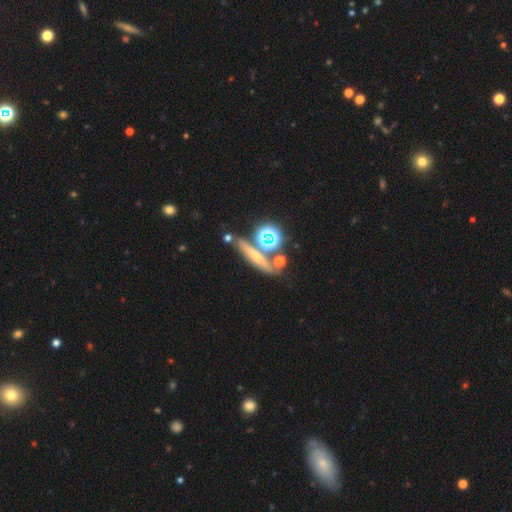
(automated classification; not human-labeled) smooth 44%, star or artifact 29%, featured or disk 28%. Down the decision tree: merging — none (68%).